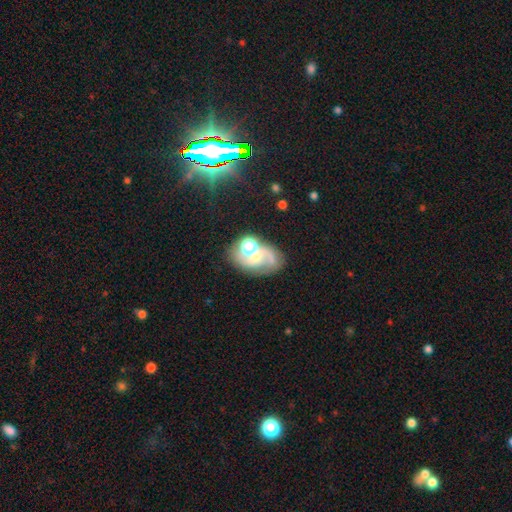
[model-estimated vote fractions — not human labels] This is likely a featured or disk galaxy (66%). It is clearly not viewed edge-on (97%). Bar: possibly no (58%). Spiral arm pattern: clearly yes (82%). Spiral arm count: likely 2 (67%). Spiral winding: possibly medium (45%). Central bulge: marginally moderate (39%). Merging: possibly none (46%).